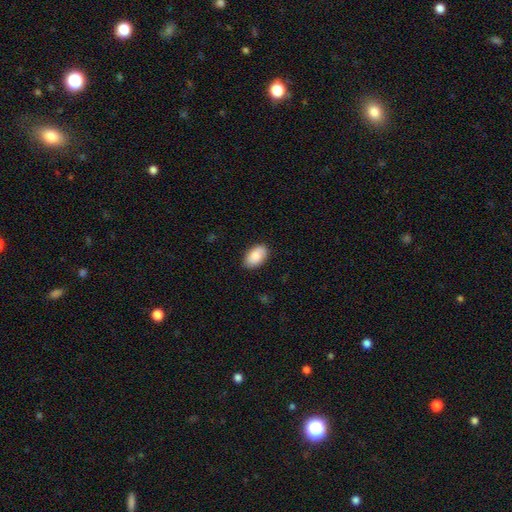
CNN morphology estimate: A smooth galaxy with no disk features (85%) that is in between round and cigar-shaped (93%). Merging: none (87%).